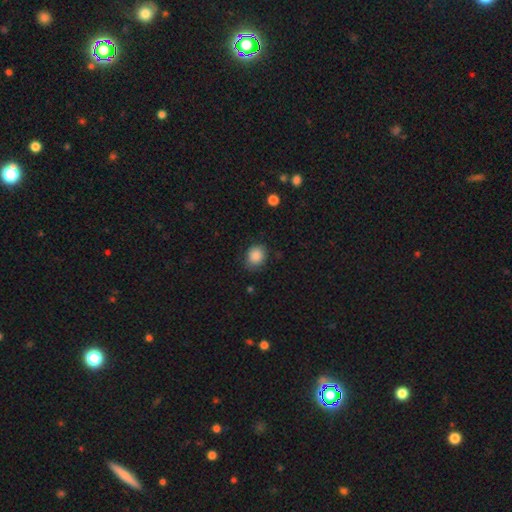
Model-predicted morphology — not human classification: Smooth or featured?
  - smooth: 87% *
  - star or artifact: 9%
  - featured or disk: 4%
How rounded?
  - round: 65% *
  - in between: 34%
  - cigar-shaped: 1%
Merging?
  - none: 81% *
  - minor disturbance: 14%
  - major disturbance: 3%
  - merger: 1%